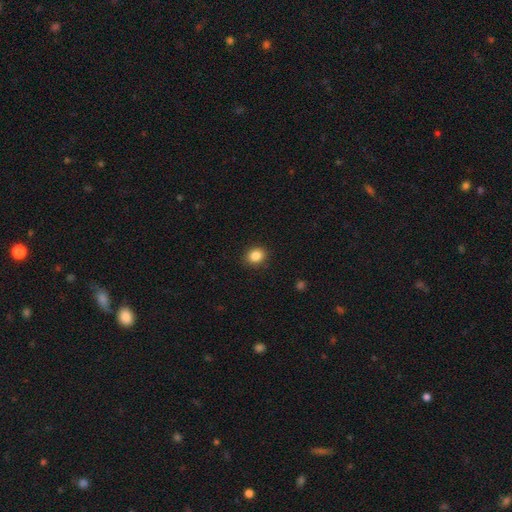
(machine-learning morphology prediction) Smooth or featured? Predicted: smooth (p=0.86). How rounded? Predicted: round (p=0.63). Merging? Predicted: none (p=0.90).